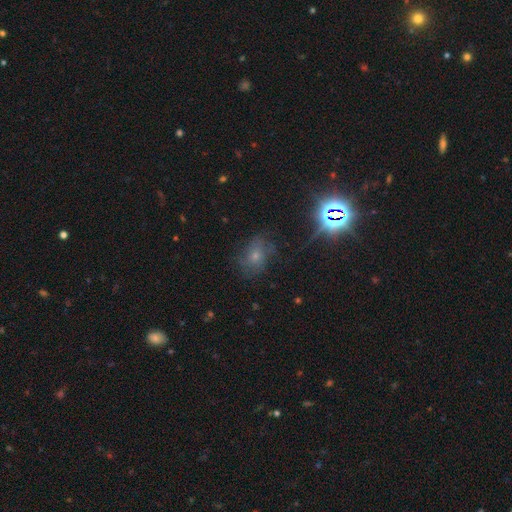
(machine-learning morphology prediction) smooth 41%, star or artifact 30%, featured or disk 29%. Down the decision tree: merging — none (63%).